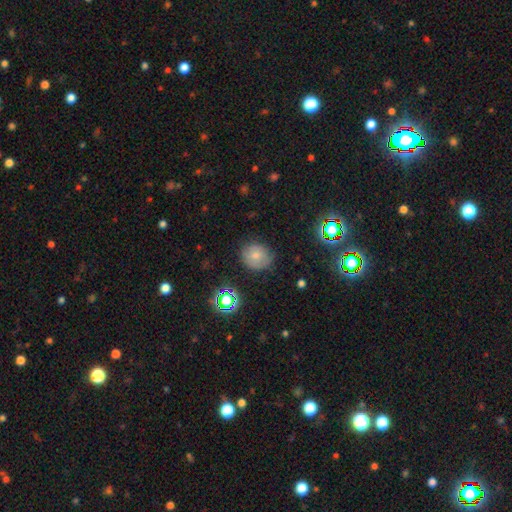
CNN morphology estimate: Smooth or featured: smooth — 72% (star or artifact — 14%)
How rounded: round — 81% (in between — 18%)
Merging: none — 75% (minor disturbance — 19%)